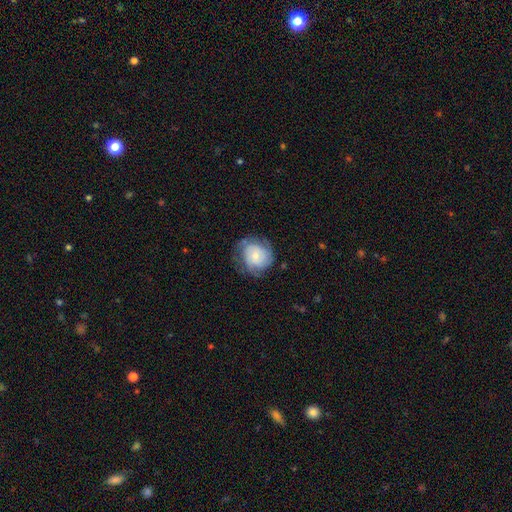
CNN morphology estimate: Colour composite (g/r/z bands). It shows a smooth galaxy with no disk features (47%). Merging: none (62%).